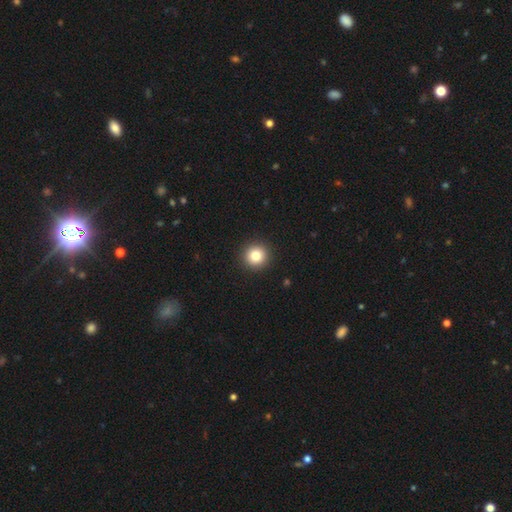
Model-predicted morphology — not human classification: smooth-or-featured: smooth: 83% | star or artifact: 10% | featured or disk: 7%
  how-rounded: round: 95% | in between: 4% | cigar-shaped: 1%
  merging: none: 93% | minor disturbance: 4% | major disturbance: 2% | merger: 1%